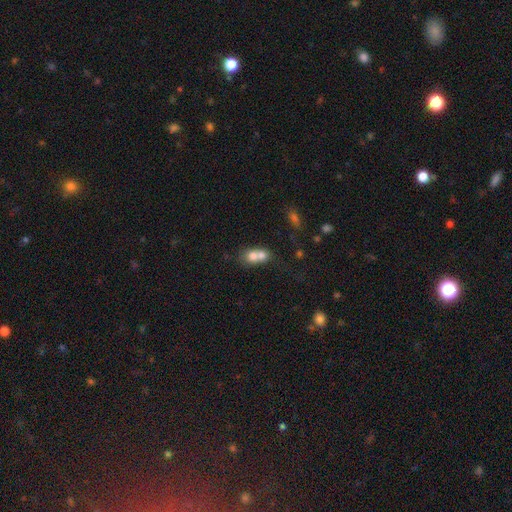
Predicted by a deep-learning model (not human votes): Smooth or featured? Predicted: smooth (p=0.69). How rounded? Predicted: round (p=0.54). Merging? Predicted: merger (p=0.72).